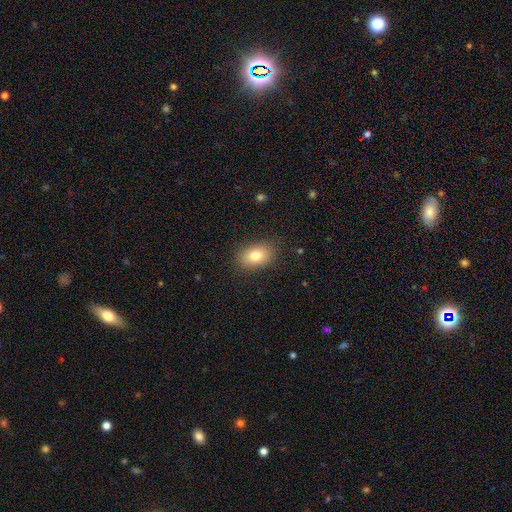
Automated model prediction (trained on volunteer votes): Smooth or featured? smooth (81%)
How rounded? in between (85%)
Merging? none (85%)